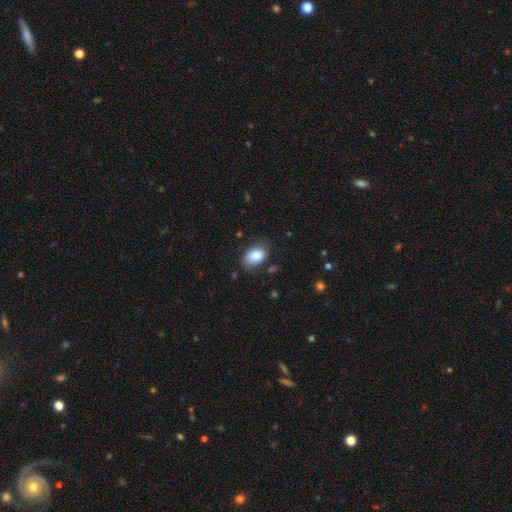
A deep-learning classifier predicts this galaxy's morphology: smooth-or-featured: smooth: 84% | featured or disk: 8% | star or artifact: 7%
  how-rounded: in between: 89% | round: 10% | cigar-shaped: 1%
  merging: none: 71% | minor disturbance: 21% | major disturbance: 6% | merger: 2%